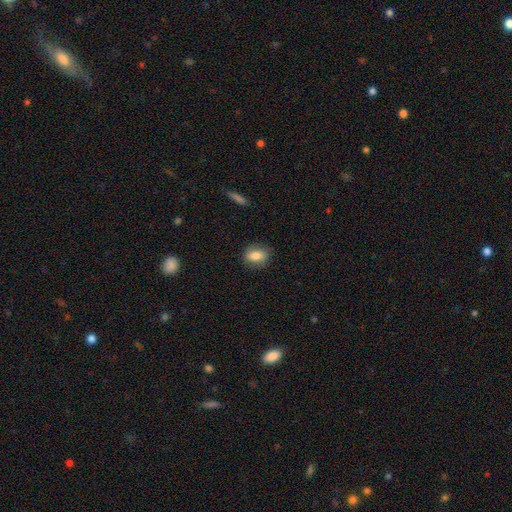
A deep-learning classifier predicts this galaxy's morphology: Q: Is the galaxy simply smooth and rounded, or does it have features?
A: smooth — 73%.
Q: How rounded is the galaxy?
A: in between — 68%.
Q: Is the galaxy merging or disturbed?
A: none — 80%.